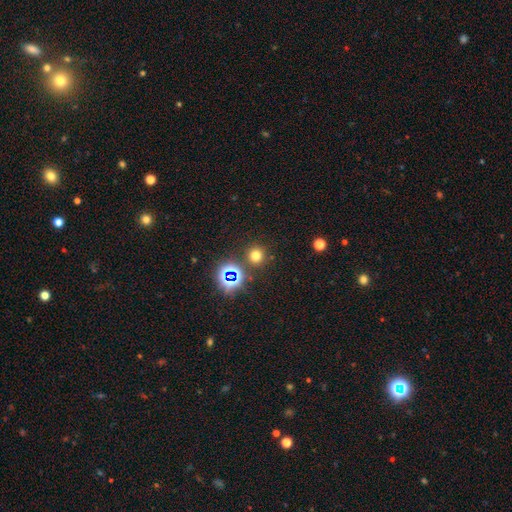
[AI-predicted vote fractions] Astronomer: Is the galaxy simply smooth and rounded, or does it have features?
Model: smooth — 67%.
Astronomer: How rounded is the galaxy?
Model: round — 92%.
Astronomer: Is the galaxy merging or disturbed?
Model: none — 86%.